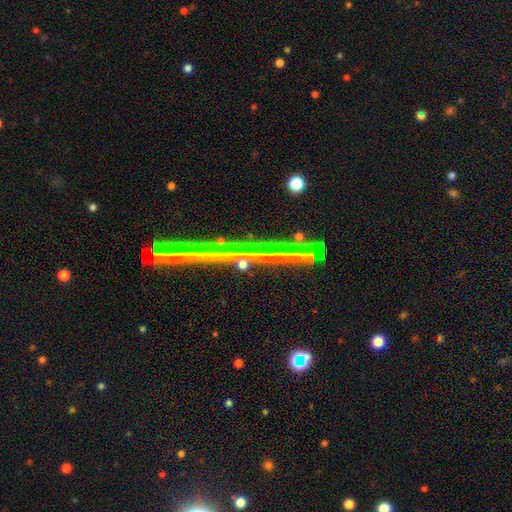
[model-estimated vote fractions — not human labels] smooth_or_featured: featured or disk (p=0.65) [alt: smooth p=0.22]
disk_edge_on: yes (p=0.97) [alt: no p=0.03]
edge_on_bulge: none (p=0.89) [alt: rounded p=0.08]
merging: none (p=0.85) [alt: minor disturbance p=0.09]